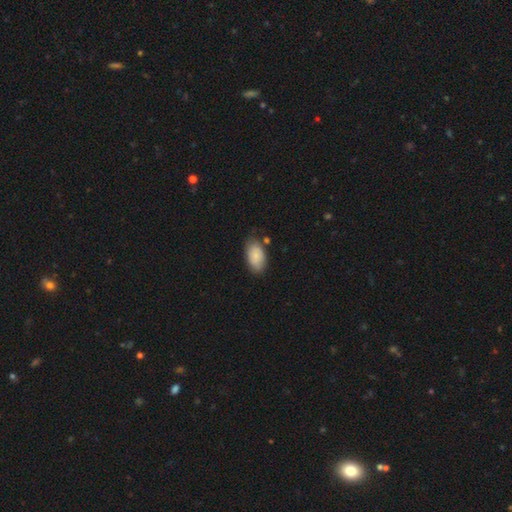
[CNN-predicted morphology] Smooth or featured? smooth (83%)
How rounded? in between (94%)
Merging? none (69%)